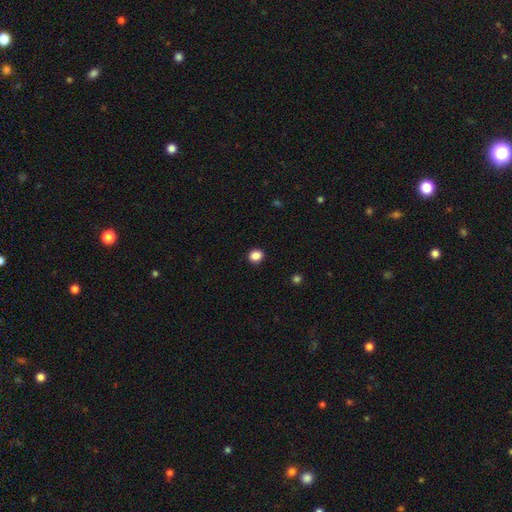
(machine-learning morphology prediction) This is clearly a smooth galaxy (87%). How rounded: likely round (69%). Merging: clearly none (91%).